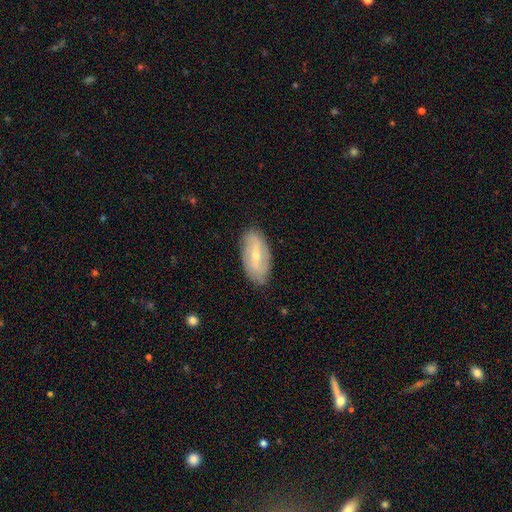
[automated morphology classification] The model was most divided on "spiral winding": medium: 37%, loose: 34%, tight: 29%. Remaining: edge-on disk — no (91%); merging — none (82%); spiral arms — yes (80%); spiral arm count — 2 (73%); smooth or featured — featured or disk (71%); bulge size — small (61%); bar — weak (45%).